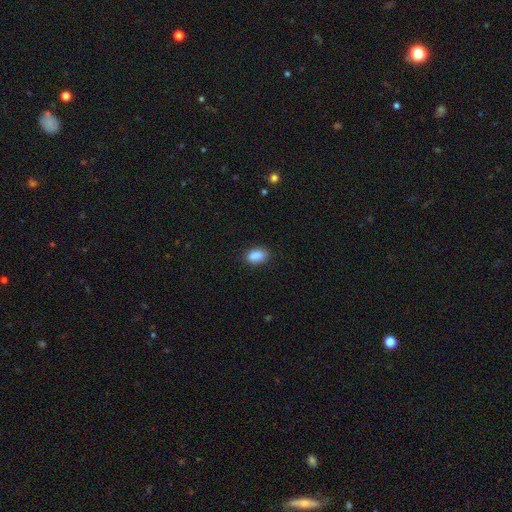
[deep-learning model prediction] smooth_or_featured: smooth (p=0.87) [alt: star or artifact p=0.08]
how_rounded: in between (p=0.88) [alt: round p=0.09]
merging: none (p=0.80) [alt: minor disturbance p=0.16]